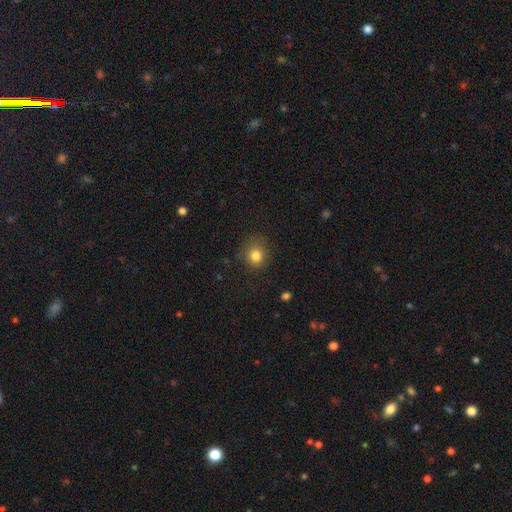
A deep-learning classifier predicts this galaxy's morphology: Overall: smooth (81%). How rounded: round (81%). Merging: none (79%).